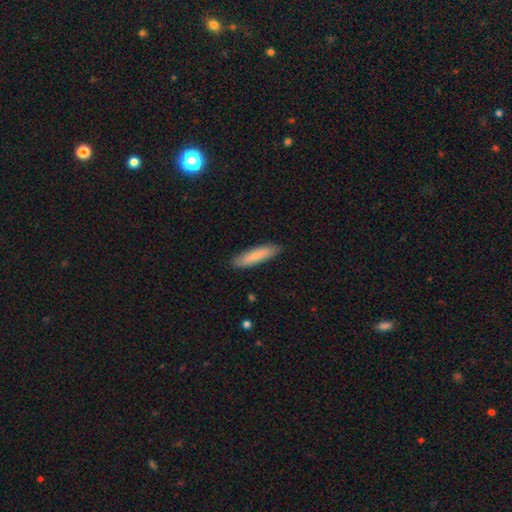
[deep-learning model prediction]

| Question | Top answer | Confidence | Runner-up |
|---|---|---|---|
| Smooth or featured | smooth | 83% | featured or disk (11%) |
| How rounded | cigar-shaped | 79% | in between (19%) |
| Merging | none | 89% | minor disturbance (8%) |